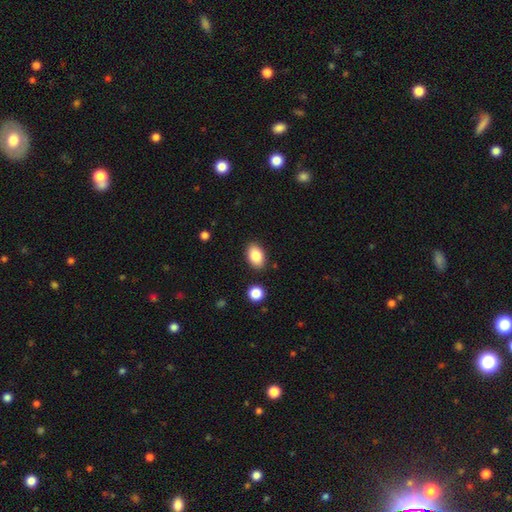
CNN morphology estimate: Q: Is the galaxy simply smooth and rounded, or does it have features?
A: smooth — 86%.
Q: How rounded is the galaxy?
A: in between — 89%.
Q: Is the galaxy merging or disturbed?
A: none — 86%.